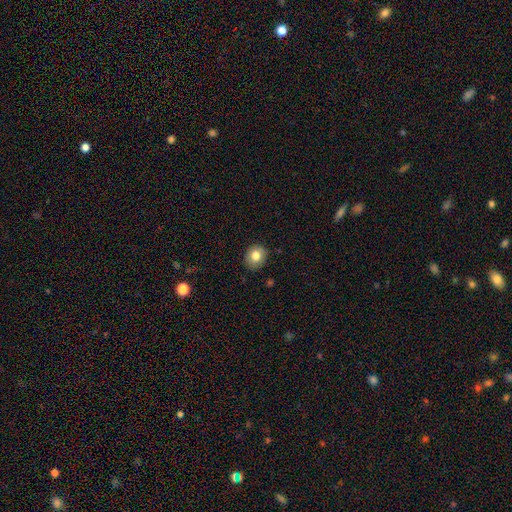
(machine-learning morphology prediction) Smooth or featured: smooth — 79% (featured or disk — 12%)
How rounded: round — 69% (in between — 30%)
Merging: none — 87% (minor disturbance — 10%)